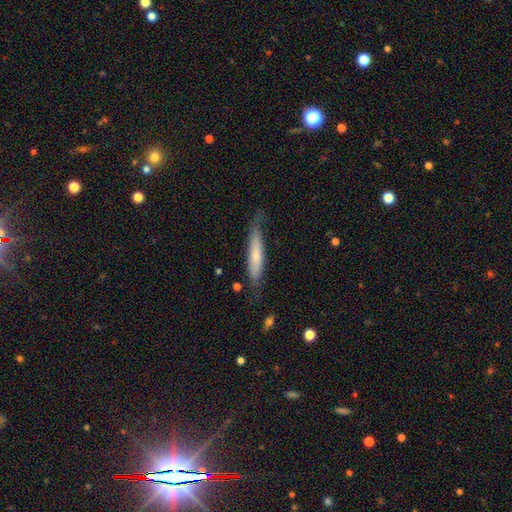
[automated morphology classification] Smooth or featured: smooth — 59% (featured or disk — 35%)
How rounded: cigar-shaped — 89% (in between — 9%)
Merging: none — 67% (minor disturbance — 24%)